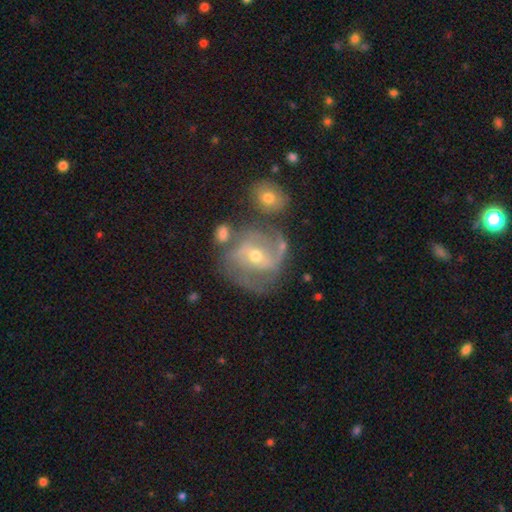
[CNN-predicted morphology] Q: Smooth or featured?
A: featured or disk (81%); runner-up: smooth (12%)
Q: Edge-on disk?
A: no (97%); runner-up: yes (3%)
Q: Bar?
A: weak (43%); runner-up: no (32%)
Q: Spiral arms?
A: yes (90%); runner-up: no (10%)
Q: Spiral winding?
A: medium (48%); runner-up: tight (30%)
Q: Spiral arm count?
A: 2 (60%); runner-up: can't tell (15%)
Q: Bulge size?
A: moderate (53%); runner-up: small (44%)
Q: Merging?
A: none (57%); runner-up: minor disturbance (20%)